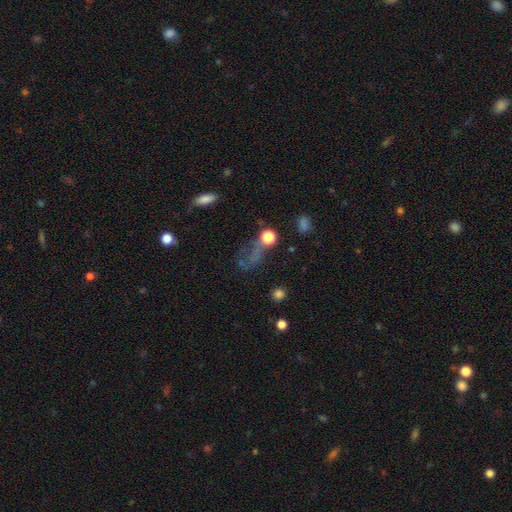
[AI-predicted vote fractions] This is marginally a smooth galaxy (40%). Merging: marginally none (39%).